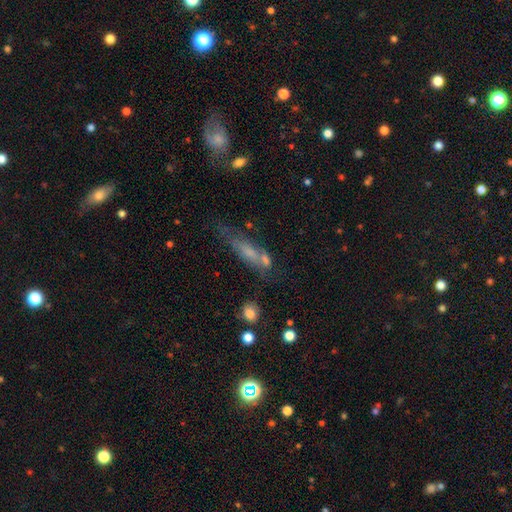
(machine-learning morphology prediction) Smooth or featured? Predicted: smooth (p=0.44). Merging? Predicted: none (p=0.49).